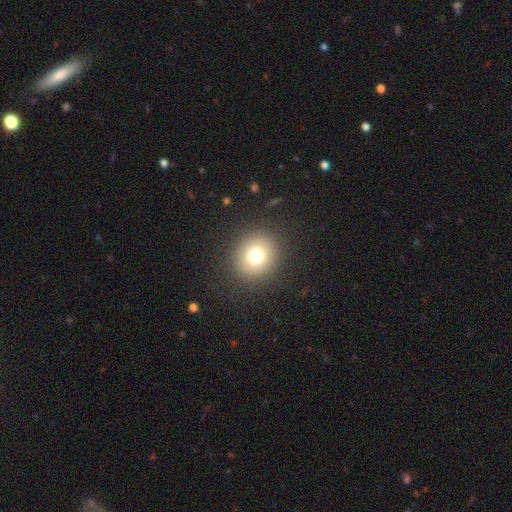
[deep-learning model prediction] The model was most divided on "smooth or featured": smooth: 75%, star or artifact: 15%, featured or disk: 11%. More confident: merging — none (89%); how rounded — round (84%).